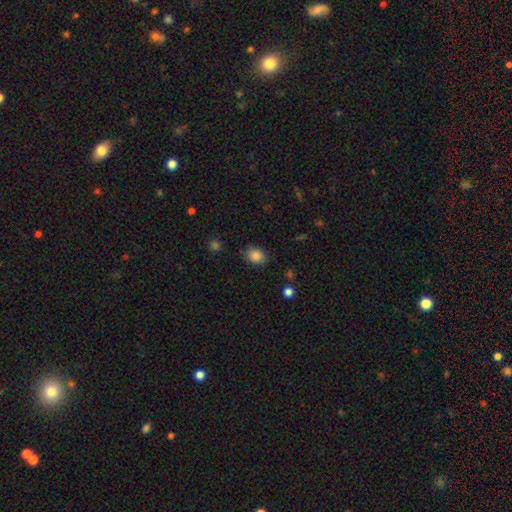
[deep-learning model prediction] Smooth or featured: smooth — 85% (star or artifact — 10%)
How rounded: in between — 52% (round — 47%)
Merging: none — 82% (minor disturbance — 13%)